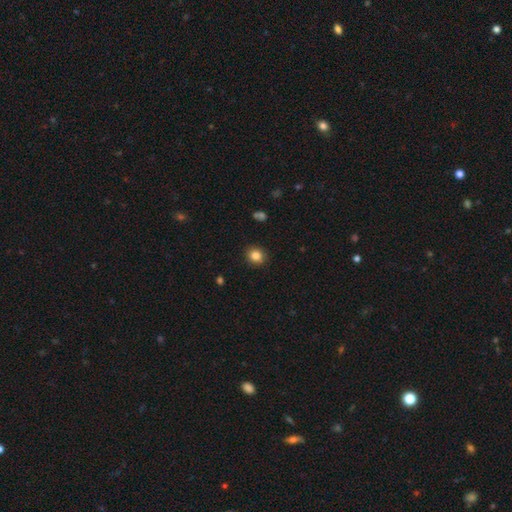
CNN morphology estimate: type=smooth (85%); roundness=round (73%); merging=none (89%).